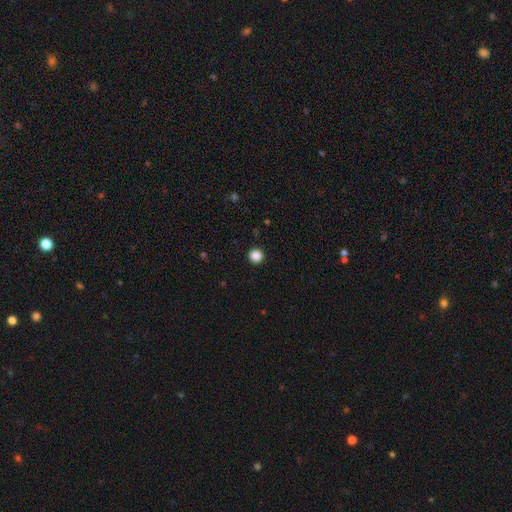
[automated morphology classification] Smooth or featured: smooth — 87% (star or artifact — 11%)
How rounded: round — 96% (in between — 3%)
Merging: none — 94% (minor disturbance — 4%)